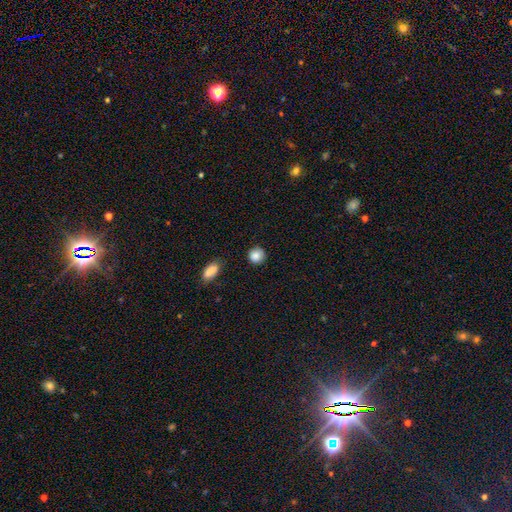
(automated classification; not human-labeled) Overall: smooth (87%). How rounded: round (90%). Merging: none (84%).